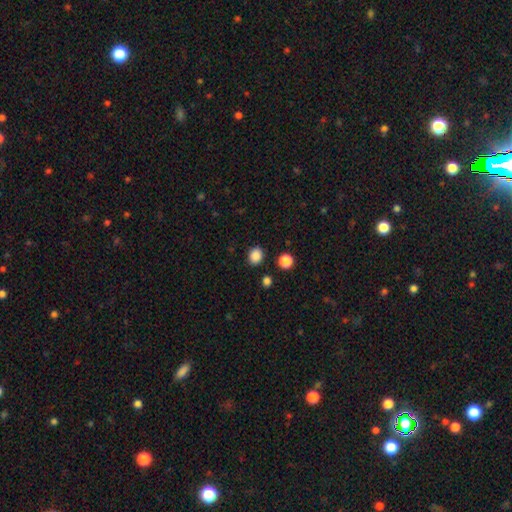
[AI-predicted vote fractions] A smooth galaxy with no disk features (86%) that is round (65%).

Vote fractions:
- Smooth or featured? smooth: 86% / star or artifact: 11% / featured or disk: 3%
- How rounded? round: 65% / in between: 34% / cigar-shaped: 1%
- Merging? none: 87% / minor disturbance: 8% / merger: 3% / major disturbance: 3%